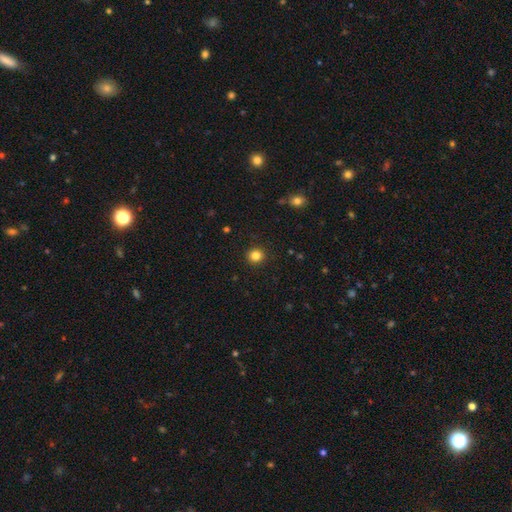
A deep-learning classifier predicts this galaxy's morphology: The model was most divided on "smooth or featured": smooth: 84%, star or artifact: 12%, featured or disk: 4%. More confident: merging — none (92%); how rounded — round (91%).